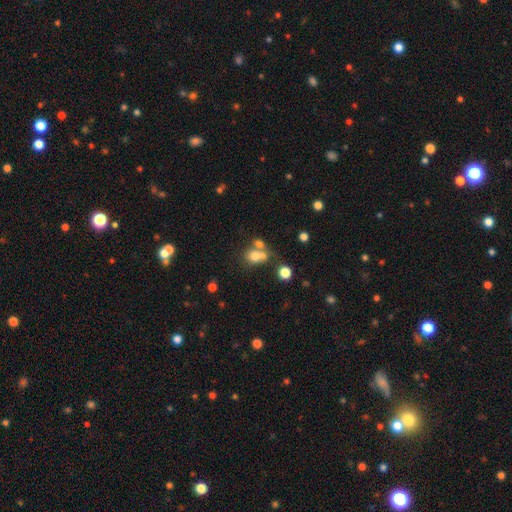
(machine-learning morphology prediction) The model was most divided on "merging": merger: 50%, none: 34%, minor disturbance: 10%, major disturbance: 7%. More confident: smooth or featured — smooth (69%); how rounded — round (61%).